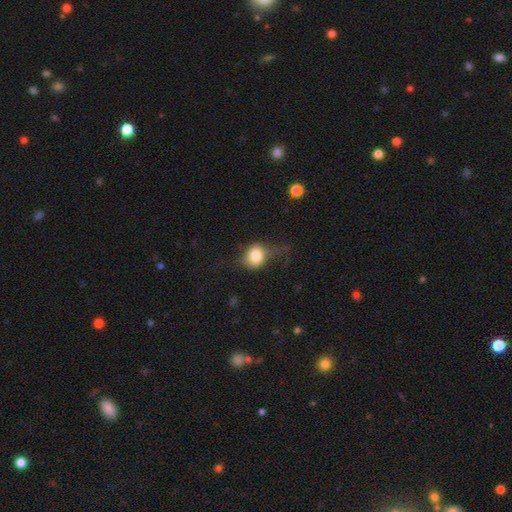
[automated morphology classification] Q: Smooth or featured?
A: smooth (73%); runner-up: featured or disk (17%)
Q: How rounded?
A: round (66%); runner-up: in between (33%)
Q: Merging?
A: none (50%); runner-up: minor disturbance (28%)